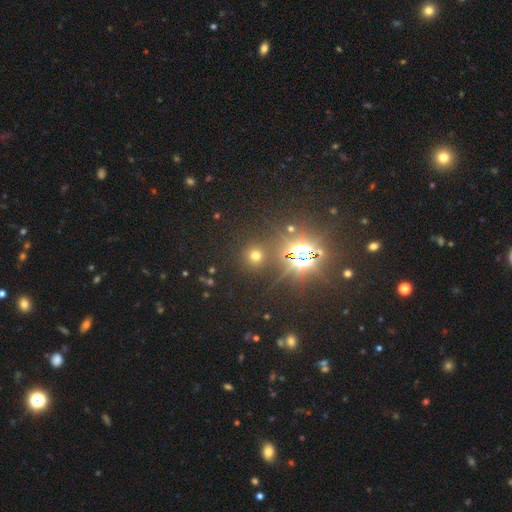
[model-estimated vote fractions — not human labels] Overall: smooth (54%; star or artifact 38%). How rounded: round (91%). Merging: none (85%).